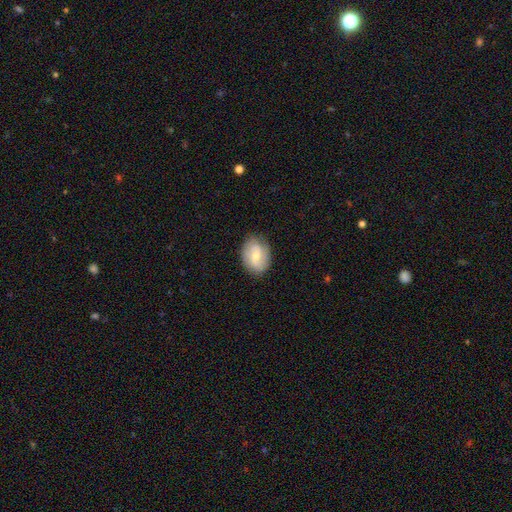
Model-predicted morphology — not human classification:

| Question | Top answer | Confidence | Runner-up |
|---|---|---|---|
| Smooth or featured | featured or disk | 54% | smooth (39%) |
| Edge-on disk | no | 96% | yes (4%) |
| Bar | weak | 49% | no (38%) |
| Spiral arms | yes | 84% | no (16%) |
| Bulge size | moderate | 52% | small (44%) |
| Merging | none | 82% | minor disturbance (14%) |